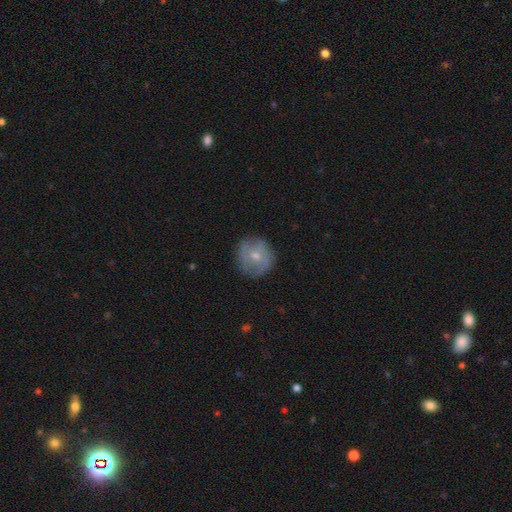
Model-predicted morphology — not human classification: Overall: smooth (53%; featured or disk 40%). How rounded: round (90%). Merging: none (78%).